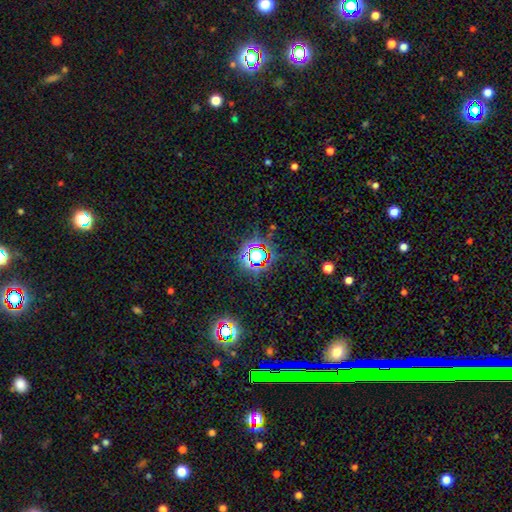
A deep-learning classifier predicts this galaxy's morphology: Smooth or featured?
  - star or artifact: 68% *
  - smooth: 21%
  - featured or disk: 11%